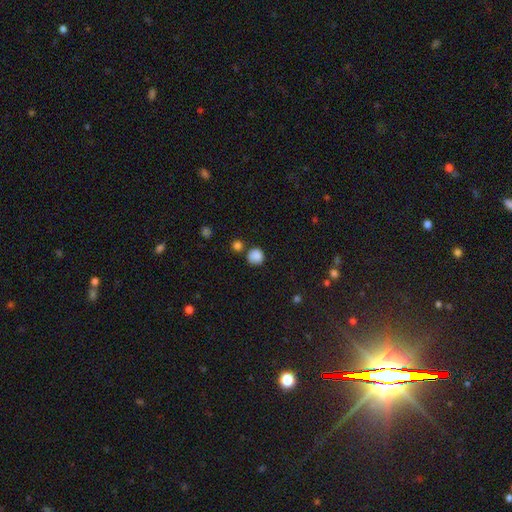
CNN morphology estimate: This appears to be a smooth galaxy with no disk features (84%) that is round (88%). Merging: none (67%).